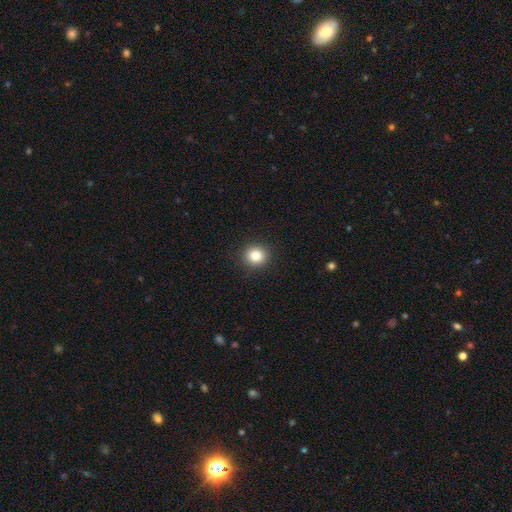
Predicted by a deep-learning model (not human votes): Overall: smooth (83%). How rounded: round (91%). Merging: none (92%).